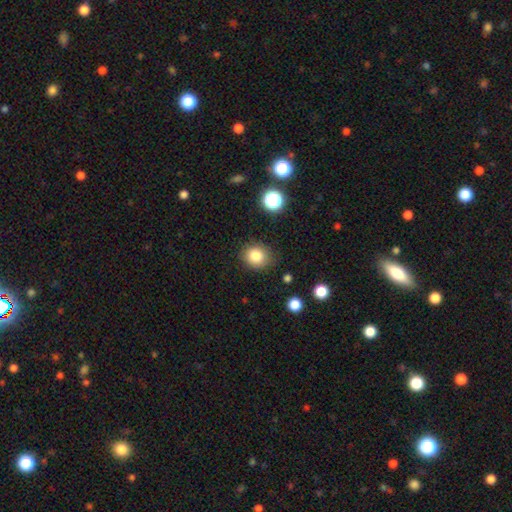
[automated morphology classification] Smooth or featured?
  - smooth: 82% *
  - star or artifact: 11%
  - featured or disk: 6%
How rounded?
  - round: 74% *
  - in between: 25%
  - cigar-shaped: 1%
Merging?
  - none: 83% *
  - minor disturbance: 12%
  - major disturbance: 3%
  - merger: 2%